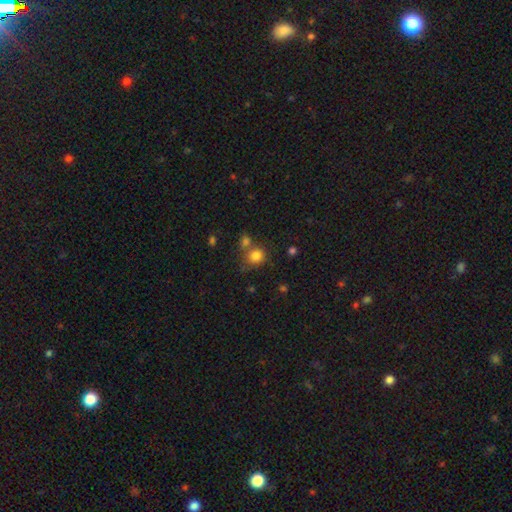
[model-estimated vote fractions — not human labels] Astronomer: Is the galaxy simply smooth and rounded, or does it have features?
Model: smooth — 81%.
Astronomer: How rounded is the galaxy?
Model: round — 80%.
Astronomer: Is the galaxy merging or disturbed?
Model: none — 58%.